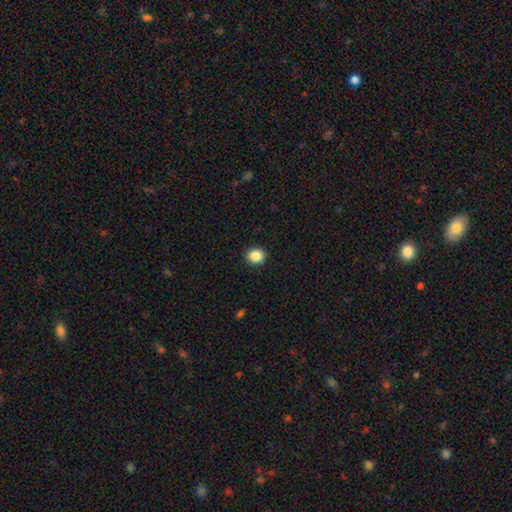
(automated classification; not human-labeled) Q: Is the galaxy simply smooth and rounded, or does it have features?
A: smooth — 87%.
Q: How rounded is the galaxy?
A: round — 81%.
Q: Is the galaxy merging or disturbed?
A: none — 92%.